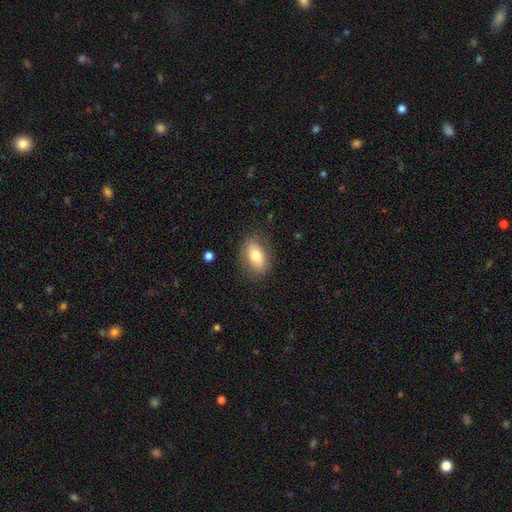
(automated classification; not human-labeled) The model was most divided on "smooth or featured": smooth: 74%, featured or disk: 18%, star or artifact: 7%. More confident: how rounded — in between (87%); merging — none (82%).